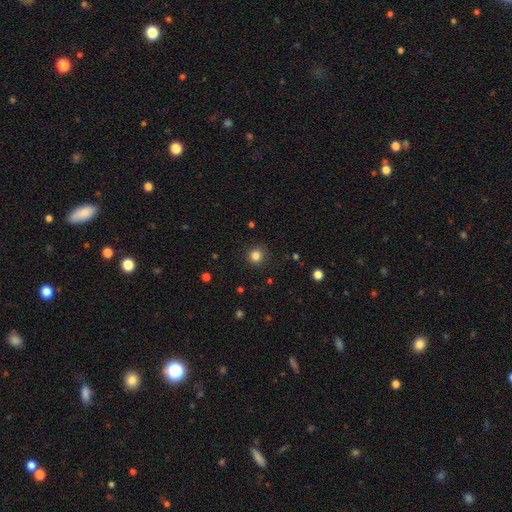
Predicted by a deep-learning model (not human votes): This appears to be a smooth galaxy with no disk features (83%) that is round (94%). Merging: none (91%).